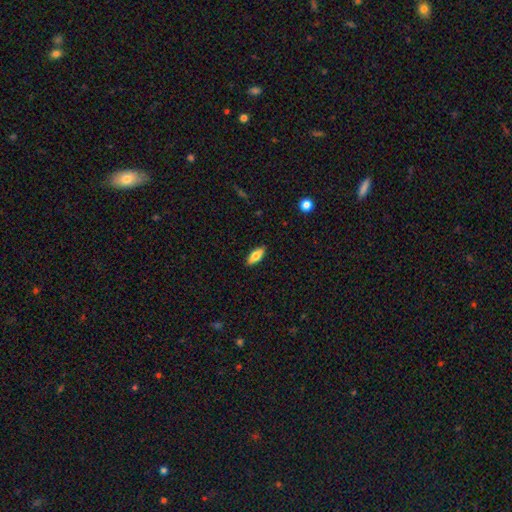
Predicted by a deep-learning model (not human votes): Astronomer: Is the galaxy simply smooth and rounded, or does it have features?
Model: smooth — 73%.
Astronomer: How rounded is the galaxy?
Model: in between — 74%.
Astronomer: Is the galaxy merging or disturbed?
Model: none — 89%.